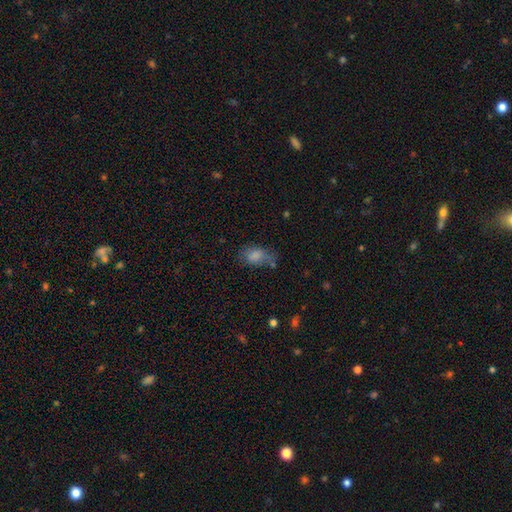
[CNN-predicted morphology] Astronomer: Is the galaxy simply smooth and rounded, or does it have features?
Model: smooth — 79%.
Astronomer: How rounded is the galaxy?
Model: in between — 86%.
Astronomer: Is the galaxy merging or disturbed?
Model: none — 46% (runner-up: minor disturbance, 30%).